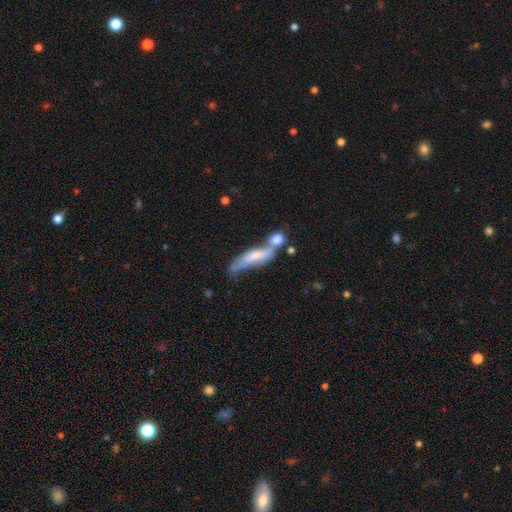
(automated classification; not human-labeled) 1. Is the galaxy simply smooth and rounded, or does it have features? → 46% featured or disk (tied), 46% smooth (tied), 9% star or artifact.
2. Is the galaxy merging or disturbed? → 46% merger, 26% none, 16% minor disturbance, 12% major disturbance.